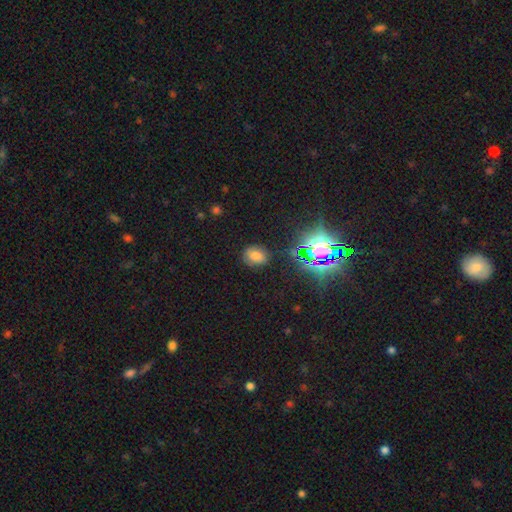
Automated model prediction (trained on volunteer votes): Smooth or featured? Predicted: smooth (p=0.68). How rounded? Predicted: in between (p=0.57). Merging? Predicted: none (p=0.81).